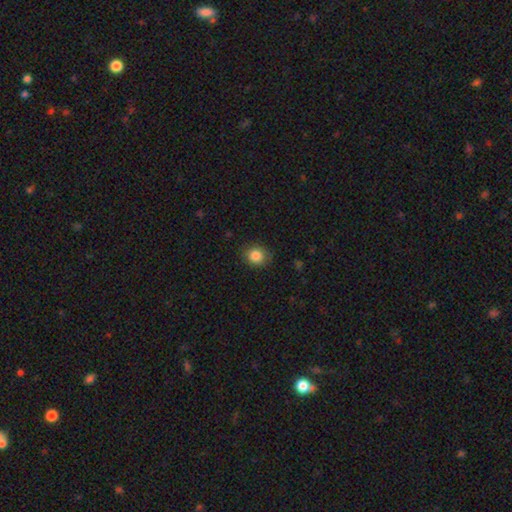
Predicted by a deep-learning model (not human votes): Overall: smooth (86%). How rounded: round (79%). Merging: none (85%).